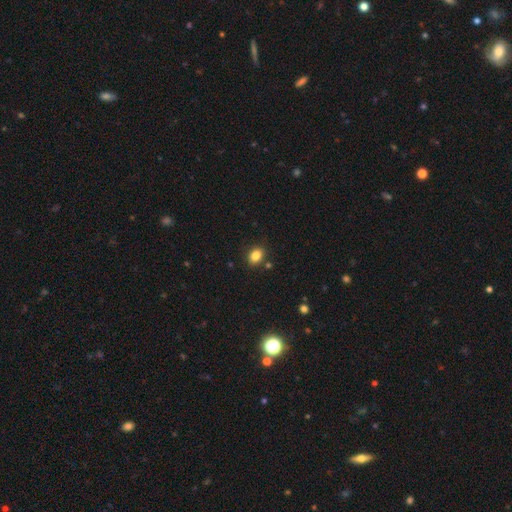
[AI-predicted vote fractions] smooth 84%, star or artifact 10%, featured or disk 5%. Down the decision tree: how rounded — in between (69%); merging — none (84%).